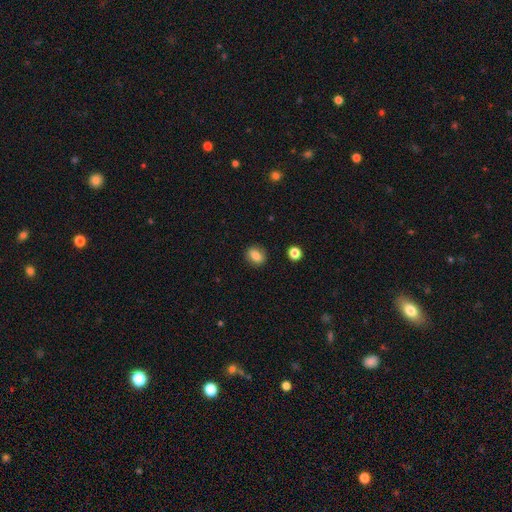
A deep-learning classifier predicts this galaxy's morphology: Overall: smooth (83%). How rounded: in between (59%; round 39%). Merging: none (86%).